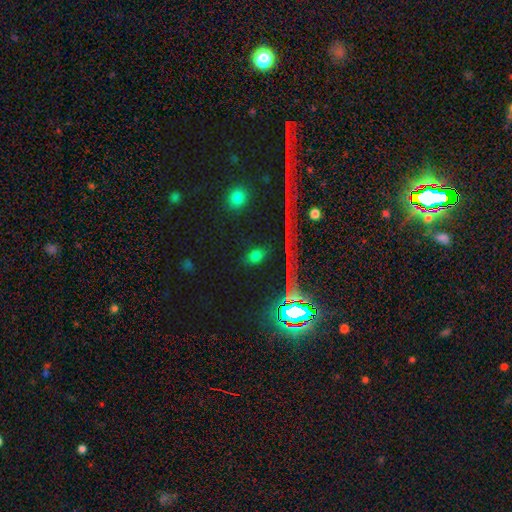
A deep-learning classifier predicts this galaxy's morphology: type=smooth (46%); merging=none (85%).